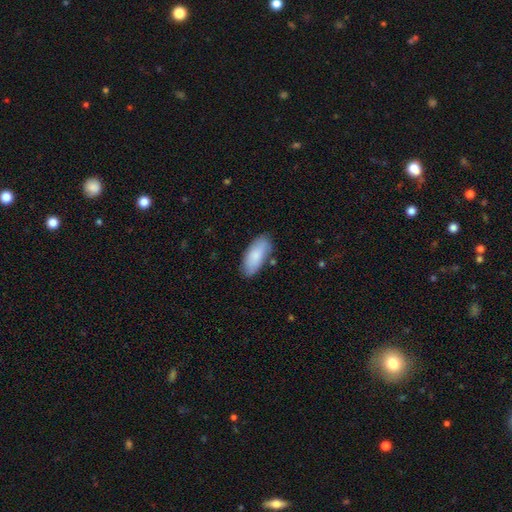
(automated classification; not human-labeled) Morphology: type=smooth (84%); roundness=in between (86%); merging=none (79%).